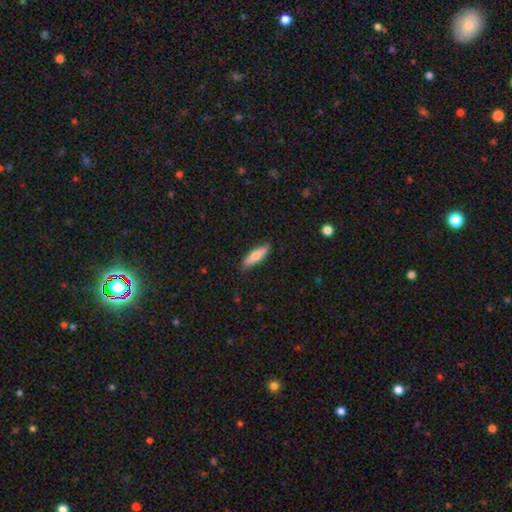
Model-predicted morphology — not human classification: This appears to be a smooth galaxy with no disk features (68%) that is cigar-shaped (64%). Merging: none (87%).